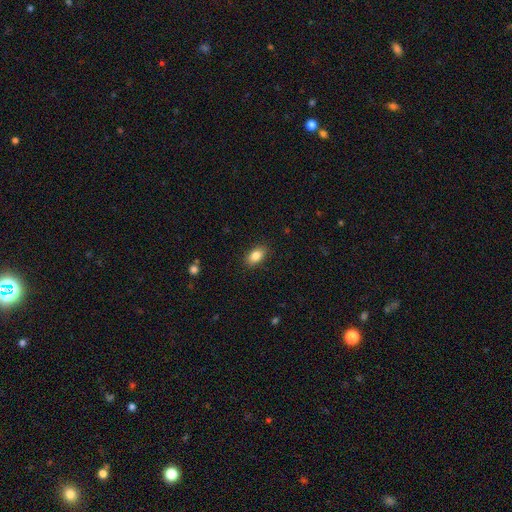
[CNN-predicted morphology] The model was most divided on "smooth or featured": smooth: 85%, star or artifact: 8%, featured or disk: 7%. More confident: how rounded — in between (90%); merging — none (89%).